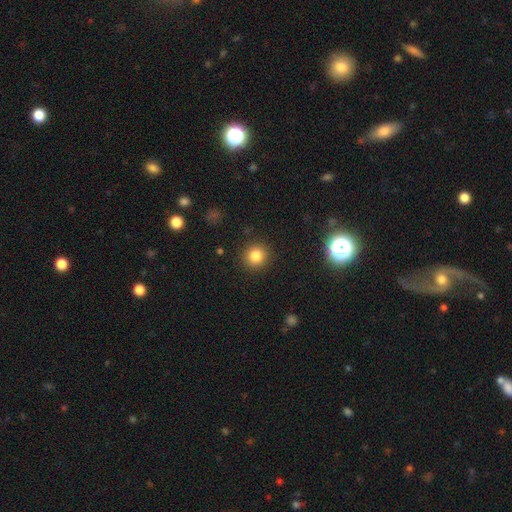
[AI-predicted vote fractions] smooth 83%, star or artifact 11%, featured or disk 5%. Down the decision tree: how rounded — round (92%); merging — none (90%).